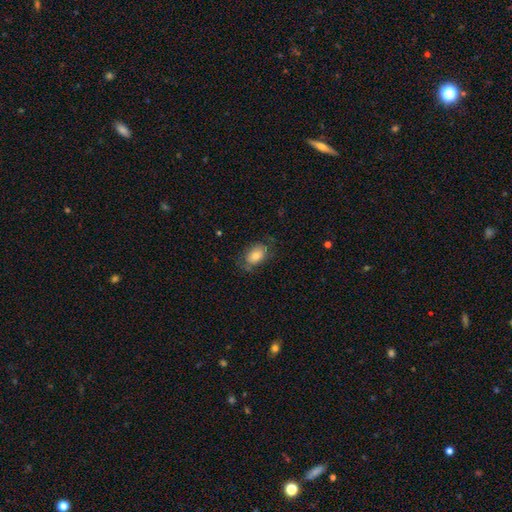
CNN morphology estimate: Smooth or featured: smooth — 75% (featured or disk — 17%)
How rounded: in between — 87% (round — 11%)
Merging: none — 67% (minor disturbance — 23%)